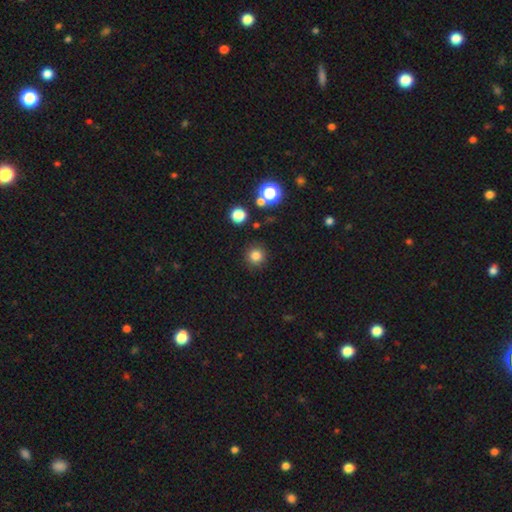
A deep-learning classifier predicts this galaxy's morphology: smooth-or-featured: smooth: 81% | star or artifact: 14% | featured or disk: 5%
  how-rounded: round: 94% | in between: 5% | cigar-shaped: 1%
  merging: none: 89% | minor disturbance: 6% | major disturbance: 2% | merger: 2%